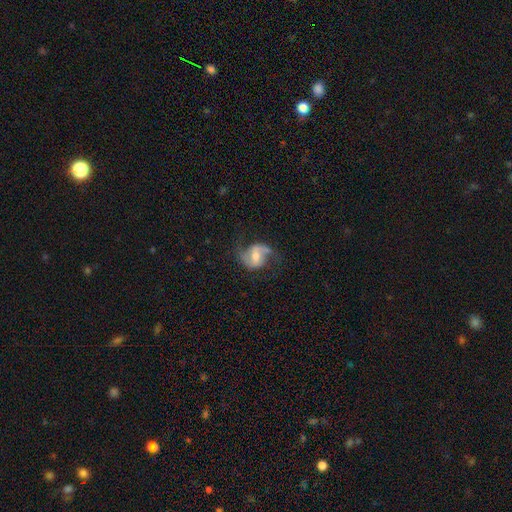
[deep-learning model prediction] Morphology: type=featured or disk (81%); edge-on=no (98%); bar=weak (49%); spiral arms=yes (95%); winding=loose (46%); arm count=2 (90%); bulge=moderate (60%); merging=none (69%).